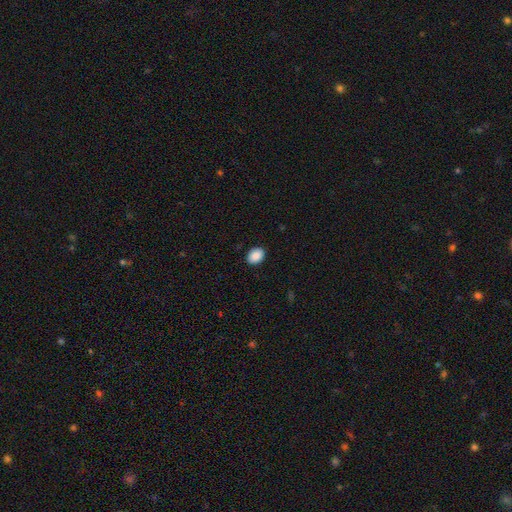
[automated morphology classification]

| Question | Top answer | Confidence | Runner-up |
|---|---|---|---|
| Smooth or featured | smooth | 89% | star or artifact (7%) |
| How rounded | in between | 68% | round (31%) |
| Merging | none | 90% | minor disturbance (7%) |